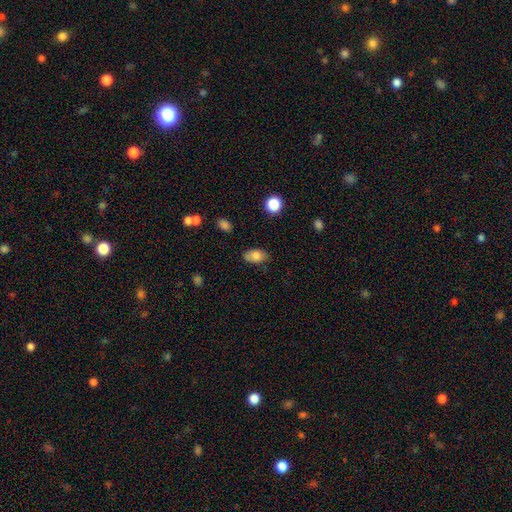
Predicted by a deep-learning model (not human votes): smooth-or-featured: smooth: 80% | featured or disk: 12% | star or artifact: 8%
  how-rounded: in between: 91% | round: 7% | cigar-shaped: 2%
  merging: none: 77% | minor disturbance: 17% | major disturbance: 4% | merger: 2%